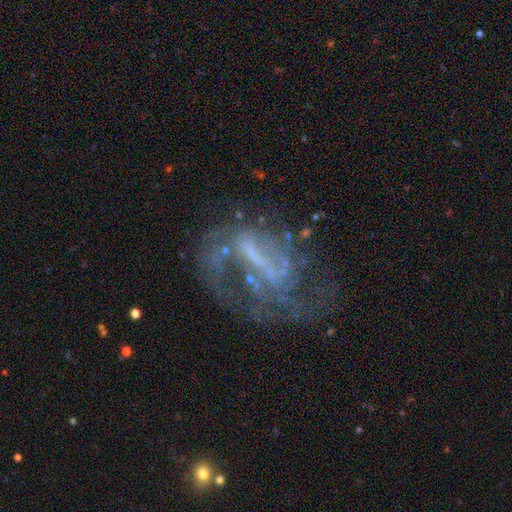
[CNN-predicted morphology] Q: Smooth or featured?
A: featured or disk (74%); runner-up: star or artifact (14%)
Q: Edge-on disk?
A: no (95%); runner-up: yes (5%)
Q: Bar?
A: strong (42%); runner-up: weak (32%)
Q: Spiral arms?
A: yes (58%); runner-up: no (42%)
Q: Bulge size?
A: none (56%); runner-up: small (25%)
Q: Merging?
A: major disturbance (41%); runner-up: none (37%)